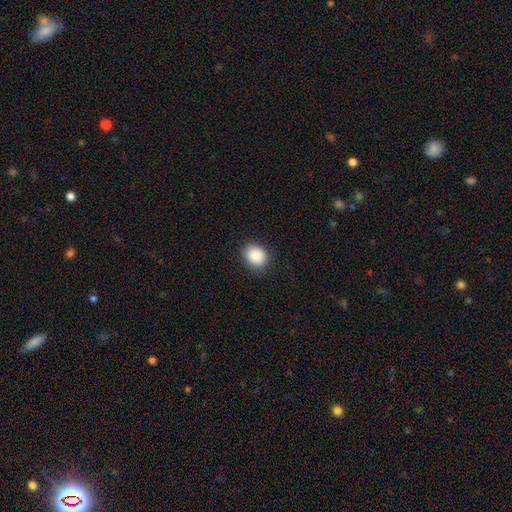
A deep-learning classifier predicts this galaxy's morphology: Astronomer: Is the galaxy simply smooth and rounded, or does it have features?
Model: smooth — 89%.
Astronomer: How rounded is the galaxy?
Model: round — 57% (runner-up: in between, 42%).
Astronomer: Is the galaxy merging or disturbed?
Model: none — 87%.